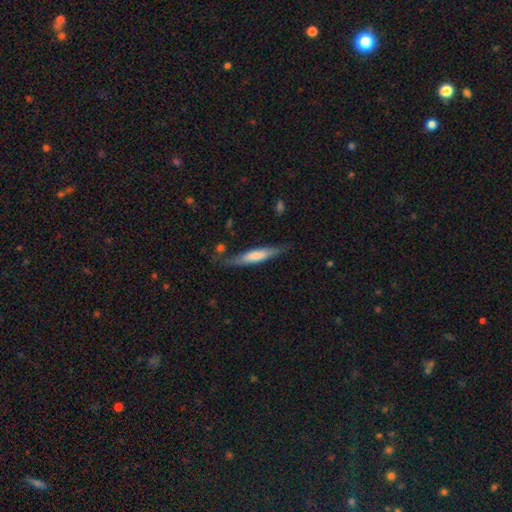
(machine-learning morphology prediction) smooth 62%, featured or disk 33%, star or artifact 6%. Down the decision tree: how rounded — cigar-shaped (84%); merging — none (73%).